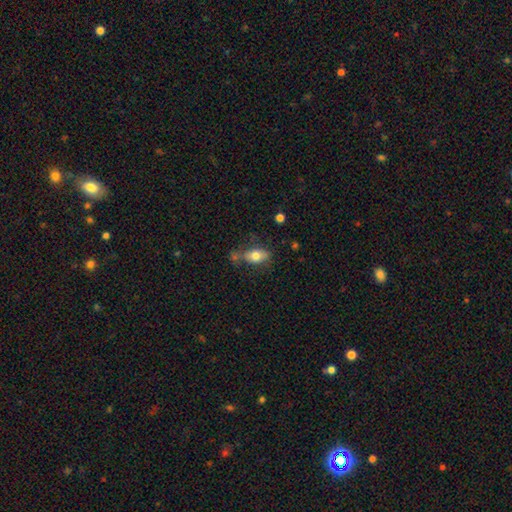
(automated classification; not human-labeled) Smooth or featured?
  - smooth: 73% *
  - featured or disk: 19%
  - star or artifact: 8%
How rounded?
  - in between: 82% *
  - round: 9%
  - cigar-shaped: 9%
Merging?
  - none: 55% *
  - minor disturbance: 22%
  - merger: 15%
  - major disturbance: 9%